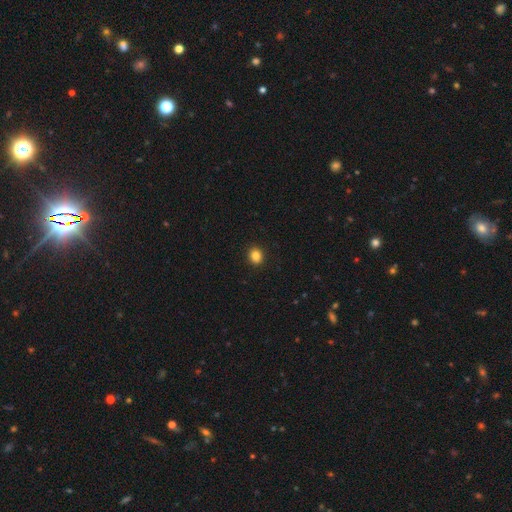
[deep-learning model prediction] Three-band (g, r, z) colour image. It shows a smooth galaxy with no disk features (85%) that is round (73%). Merging: none (92%).